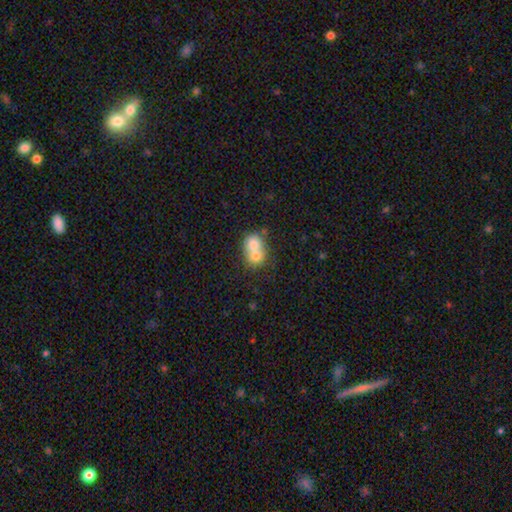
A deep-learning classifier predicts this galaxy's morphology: This is likely a smooth galaxy (72%). How rounded: likely round (62%). Merging: likely merger (73%).